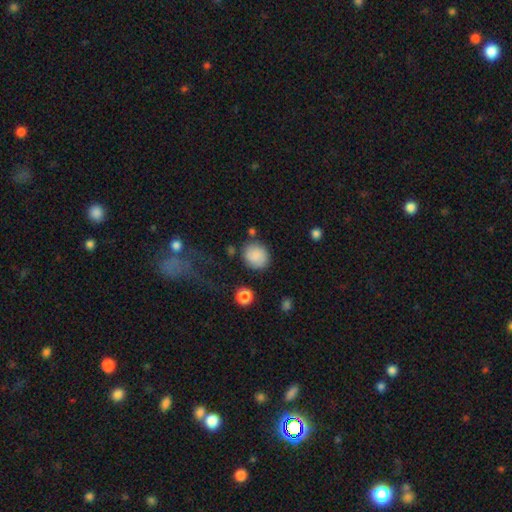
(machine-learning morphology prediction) Smooth or featured? Predicted: smooth (p=0.83). How rounded? Predicted: round (p=0.74). Merging? Predicted: none (p=0.79).